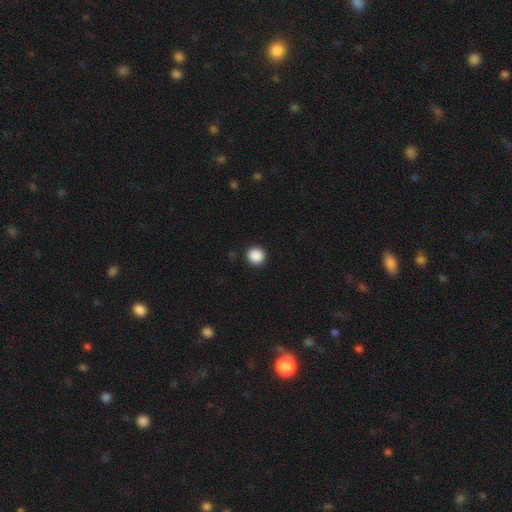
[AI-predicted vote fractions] smooth 89%, star or artifact 9%, featured or disk 2%. Down the decision tree: how rounded — round (95%); merging — none (92%).